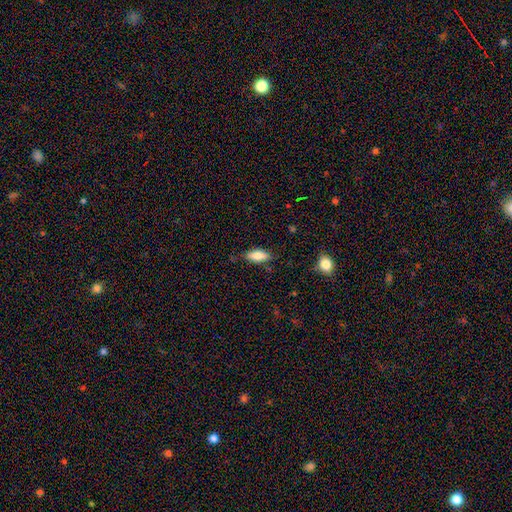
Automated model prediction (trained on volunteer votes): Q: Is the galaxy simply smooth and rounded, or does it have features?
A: smooth — 83%.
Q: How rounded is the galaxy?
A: in between — 78%.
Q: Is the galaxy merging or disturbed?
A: none — 79%.